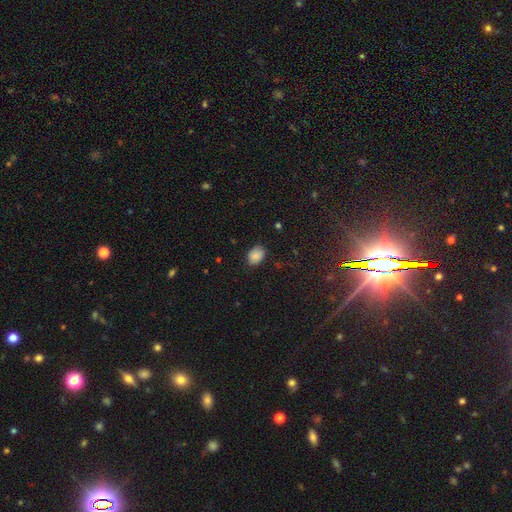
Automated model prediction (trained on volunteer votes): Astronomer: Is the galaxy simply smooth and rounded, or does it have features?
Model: smooth — 84%.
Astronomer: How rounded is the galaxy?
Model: in between — 74%.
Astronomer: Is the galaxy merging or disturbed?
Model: none — 80%.